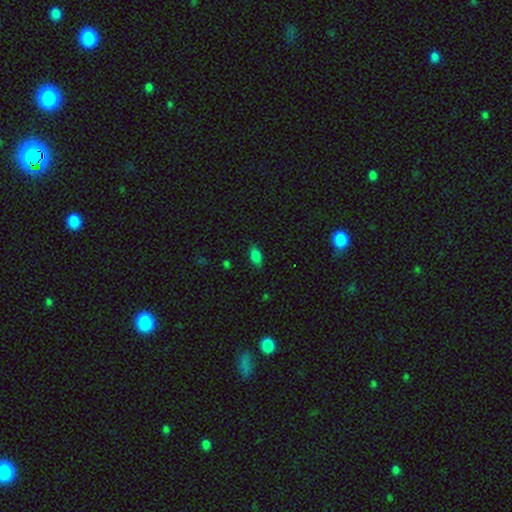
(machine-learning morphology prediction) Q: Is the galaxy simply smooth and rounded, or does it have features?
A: smooth — 82%.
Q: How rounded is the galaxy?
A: in between — 90%.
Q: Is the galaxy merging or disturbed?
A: none — 82%.